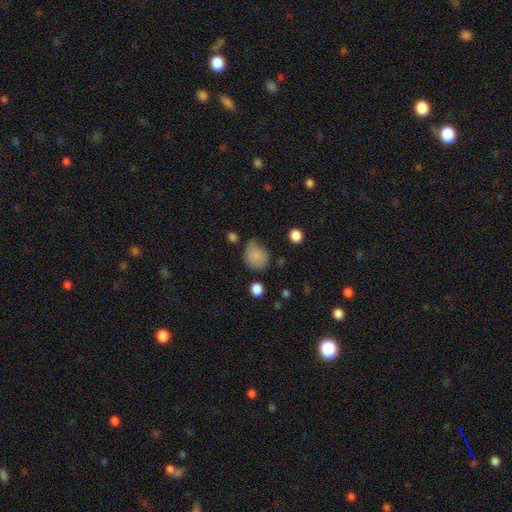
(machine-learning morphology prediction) smooth-or-featured: smooth: 80% | star or artifact: 10% | featured or disk: 9%
  how-rounded: round: 59% | in between: 40% | cigar-shaped: 1%
  merging: none: 47% | minor disturbance: 36% | major disturbance: 13% | merger: 4%